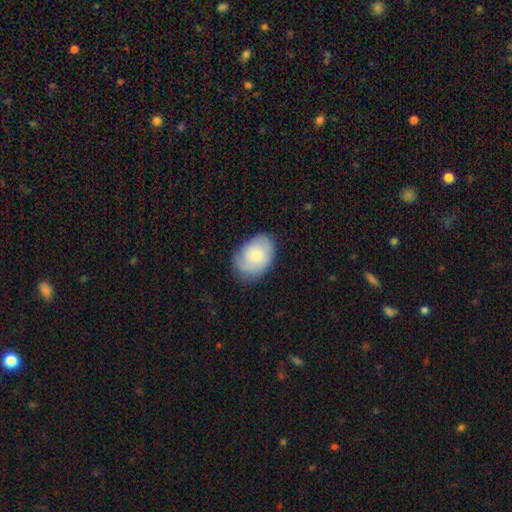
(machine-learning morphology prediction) smooth_or_featured: smooth (p=0.67) [alt: featured or disk p=0.26]
how_rounded: in between (p=0.79) [alt: round p=0.20]
merging: none (p=0.66) [alt: minor disturbance p=0.25]